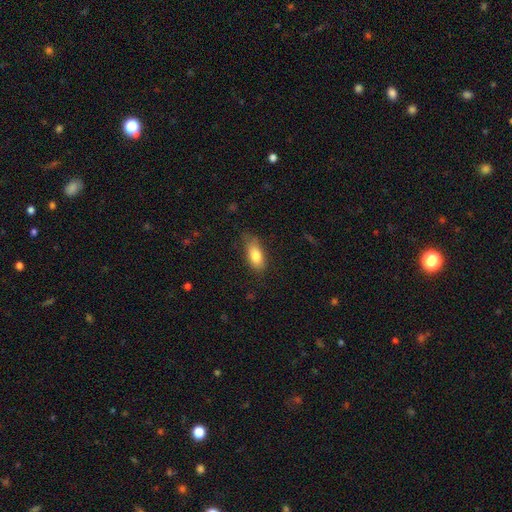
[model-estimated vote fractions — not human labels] smooth-or-featured: smooth: 80% | featured or disk: 13% | star or artifact: 7%
  how-rounded: in between: 83% | cigar-shaped: 13% | round: 4%
  merging: none: 65% | minor disturbance: 27% | major disturbance: 7% | merger: 1%